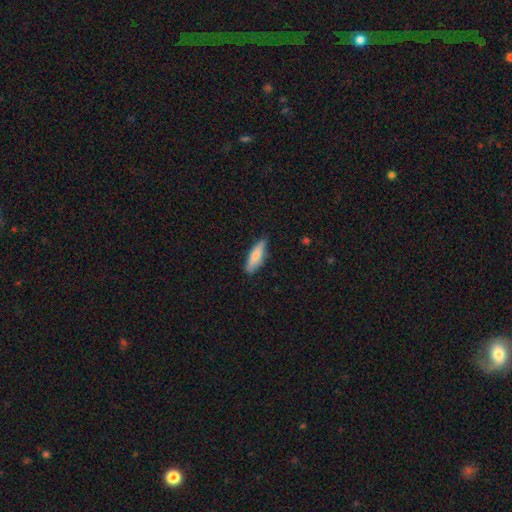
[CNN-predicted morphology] Q: Smooth or featured?
A: smooth (74%); runner-up: featured or disk (20%)
Q: How rounded?
A: cigar-shaped (54%); runner-up: in between (44%)
Q: Merging?
A: none (79%); runner-up: minor disturbance (17%)